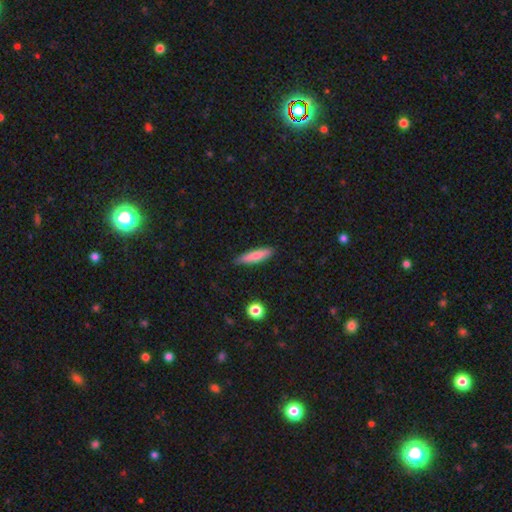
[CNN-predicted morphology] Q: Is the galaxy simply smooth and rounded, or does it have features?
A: smooth — 78%.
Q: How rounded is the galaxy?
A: cigar-shaped — 75%.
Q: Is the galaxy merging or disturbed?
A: none — 84%.